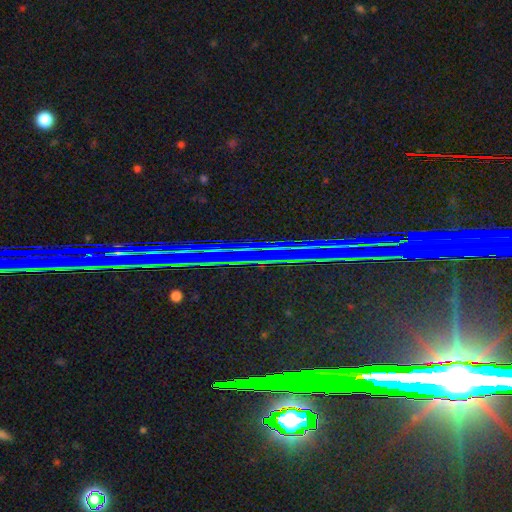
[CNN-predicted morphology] smooth_or_featured: star or artifact (p=0.83) [alt: featured or disk p=0.10]